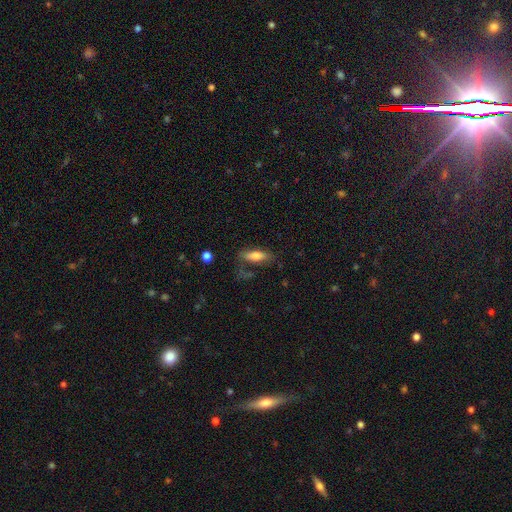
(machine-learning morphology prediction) This appears to be a smooth galaxy with no disk features (69%) that is in between round and cigar-shaped (60%). Merging: none (65%).